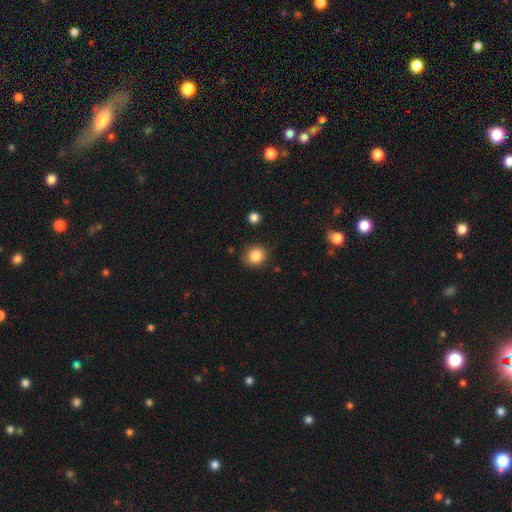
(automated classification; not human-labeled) Q: Smooth or featured?
A: smooth (86%); runner-up: star or artifact (10%)
Q: How rounded?
A: round (75%); runner-up: in between (24%)
Q: Merging?
A: none (85%); runner-up: minor disturbance (10%)